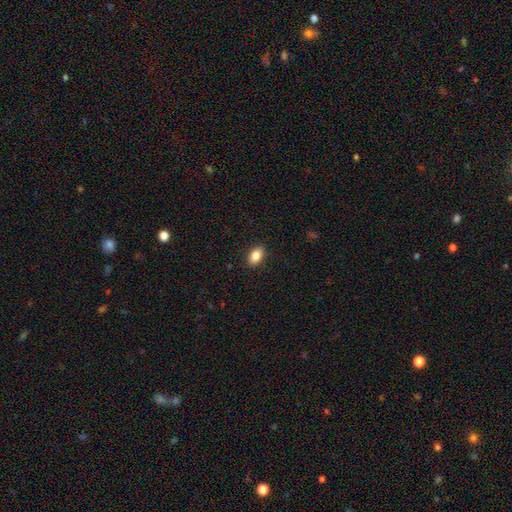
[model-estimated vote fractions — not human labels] This is clearly a smooth galaxy (85%). How rounded: clearly in between (89%). Merging: clearly none (90%).